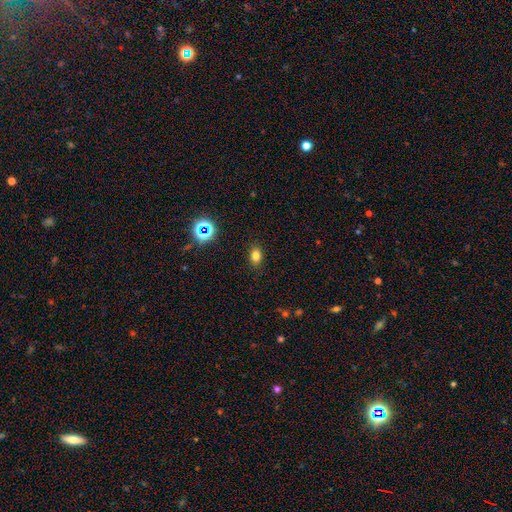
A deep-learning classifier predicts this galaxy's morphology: Overall: smooth (77%). How rounded: in between (75%). Merging: none (87%).